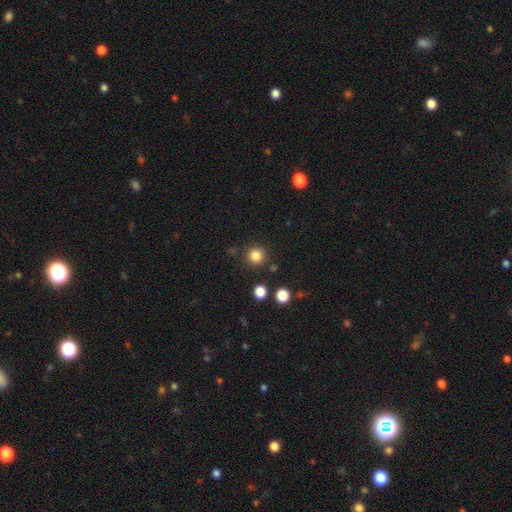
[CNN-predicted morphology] smooth 84%, star or artifact 12%, featured or disk 4%. Down the decision tree: how rounded — round (94%); merging — none (88%).